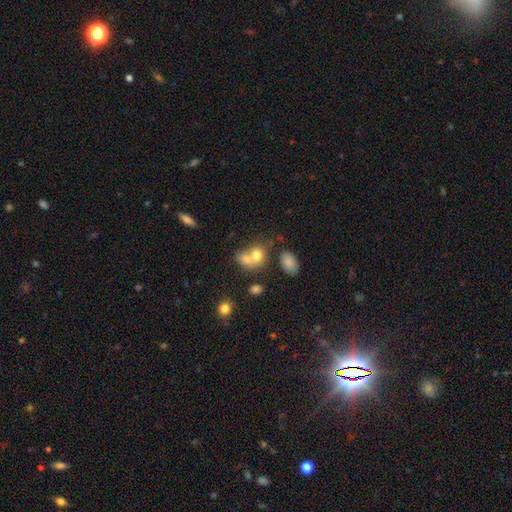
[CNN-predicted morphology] smooth 71%, featured or disk 18%, star or artifact 11%. Down the decision tree: how rounded — in between (51%); merging — merger (60%).